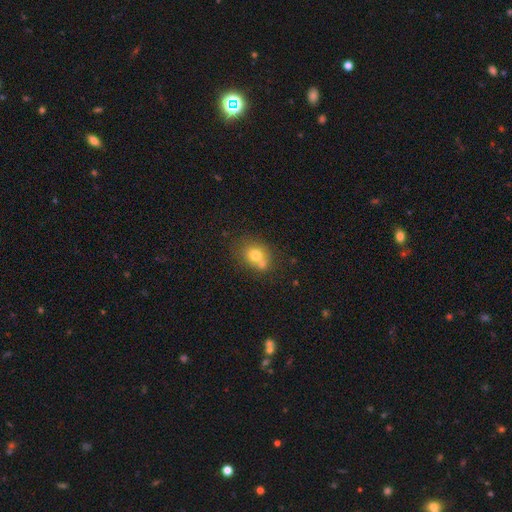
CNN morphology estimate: This is likely a smooth galaxy (72%). How rounded: likely round (63%). Merging: possibly none (46%).